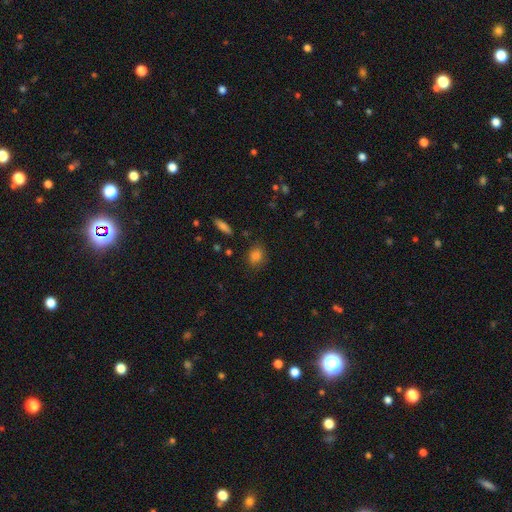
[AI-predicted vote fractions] A smooth galaxy with no disk features (83%) that is in between round and cigar-shaped (59%).

Vote fractions:
- Smooth or featured? smooth: 83% / star or artifact: 11% / featured or disk: 6%
- How rounded? in between: 59% / round: 39% / cigar-shaped: 2%
- Merging? none: 79% / minor disturbance: 15% / major disturbance: 4% / merger: 2%